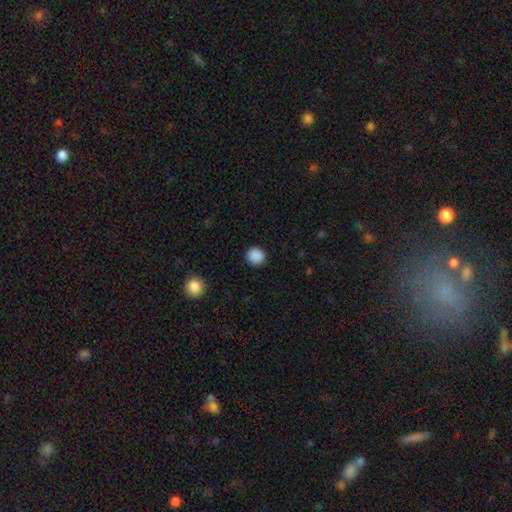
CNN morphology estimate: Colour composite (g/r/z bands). It shows a smooth galaxy with no disk features (89%) that is round (89%). Merging: none (91%).